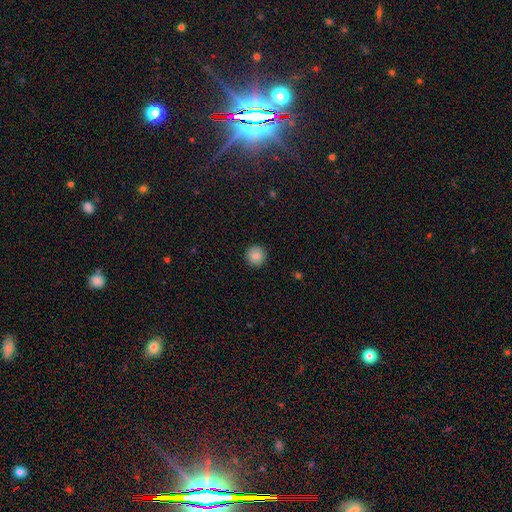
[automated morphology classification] smooth-or-featured: smooth: 87% | star or artifact: 9% | featured or disk: 4%
  how-rounded: round: 95% | in between: 4% | cigar-shaped: 1%
  merging: none: 93% | minor disturbance: 5% | major disturbance: 2% | merger: 1%